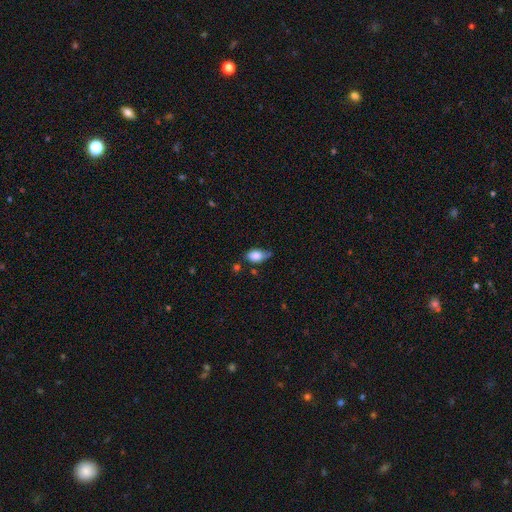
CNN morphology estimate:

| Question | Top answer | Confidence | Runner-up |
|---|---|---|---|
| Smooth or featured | smooth | 85% | star or artifact (8%) |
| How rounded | in between | 87% | round (11%) |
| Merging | none | 45% | minor disturbance (39%) |